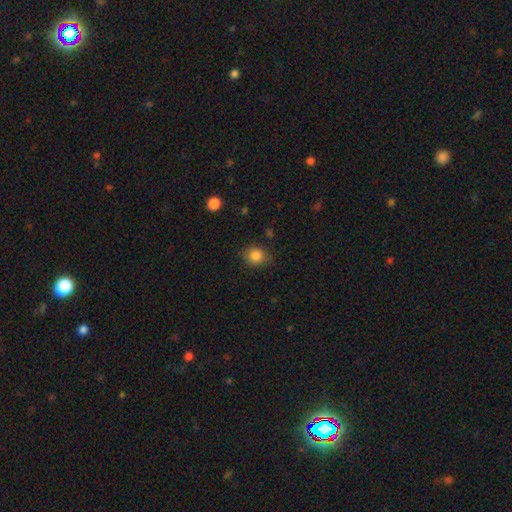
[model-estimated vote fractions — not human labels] Smooth or featured? Predicted: smooth (p=0.85). How rounded? Predicted: round (p=0.80). Merging? Predicted: none (p=0.79).